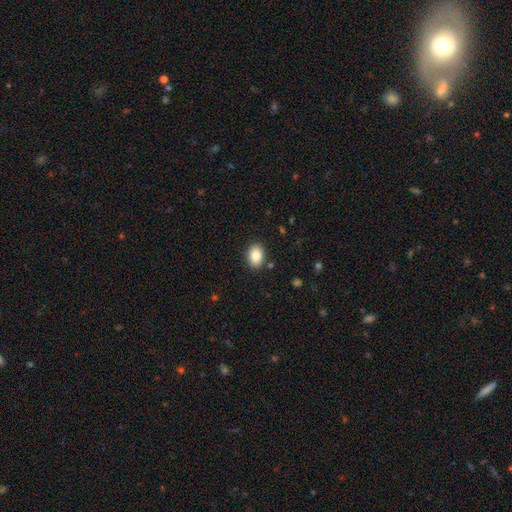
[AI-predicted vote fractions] This appears to be a smooth galaxy with no disk features (84%) that is in between round and cigar-shaped (76%). Merging: none (87%).